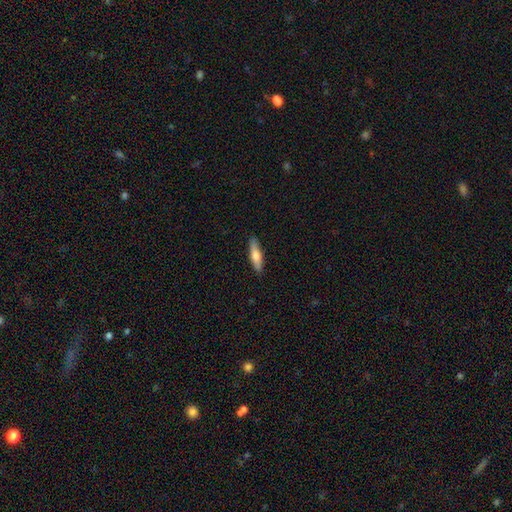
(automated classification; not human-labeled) Smooth or featured? smooth (60%)
How rounded? cigar-shaped (73%)
Merging? none (90%)